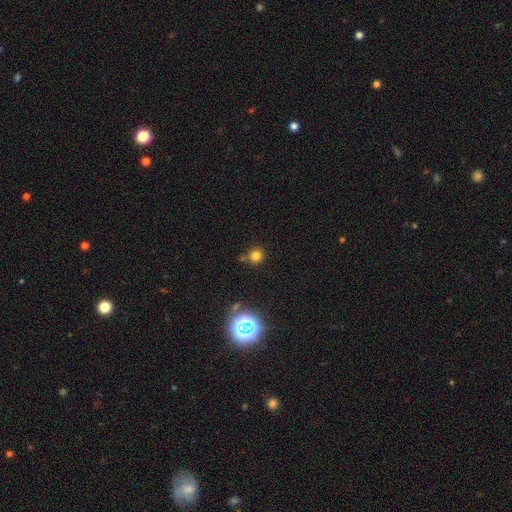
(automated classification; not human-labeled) Smooth or featured: smooth — 76% (star or artifact — 17%)
How rounded: round — 92% (in between — 7%)
Merging: none — 76% (merger — 10%)